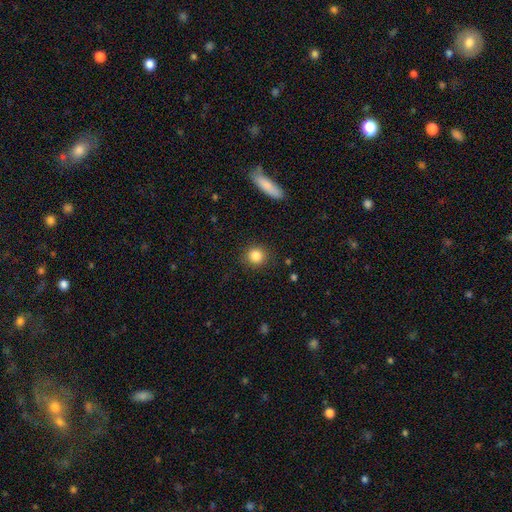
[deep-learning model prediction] smooth_or_featured: smooth (p=0.85) [alt: star or artifact p=0.10]
how_rounded: round (p=0.88) [alt: in between p=0.11]
merging: none (p=0.88) [alt: minor disturbance p=0.08]